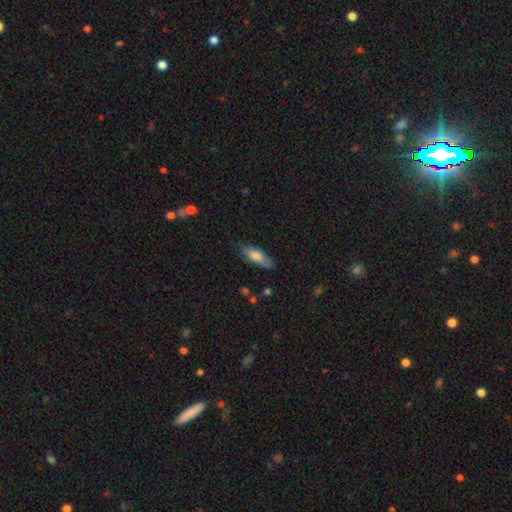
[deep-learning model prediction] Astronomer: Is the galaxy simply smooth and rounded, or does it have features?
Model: smooth — 69%.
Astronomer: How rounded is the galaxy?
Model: in between — 65%.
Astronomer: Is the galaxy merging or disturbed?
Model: none — 70%.